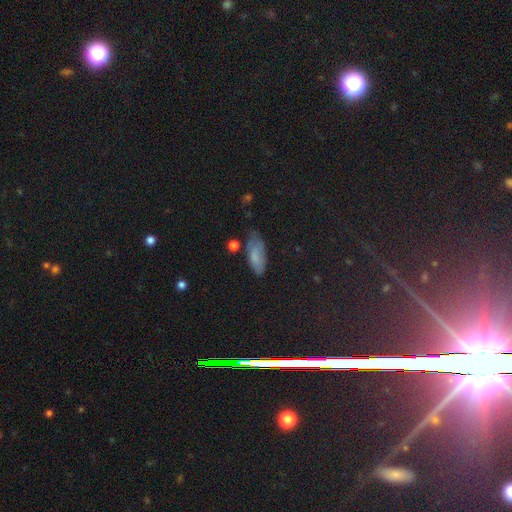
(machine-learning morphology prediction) A smooth galaxy with no disk features (75%) that is in between round and cigar-shaped (80%).

Vote fractions:
- Smooth or featured? smooth: 75% / featured or disk: 13% / star or artifact: 12%
- How rounded? in between: 80% / cigar-shaped: 17% / round: 3%
- Merging? none: 53% / minor disturbance: 34% / major disturbance: 9% / merger: 4%